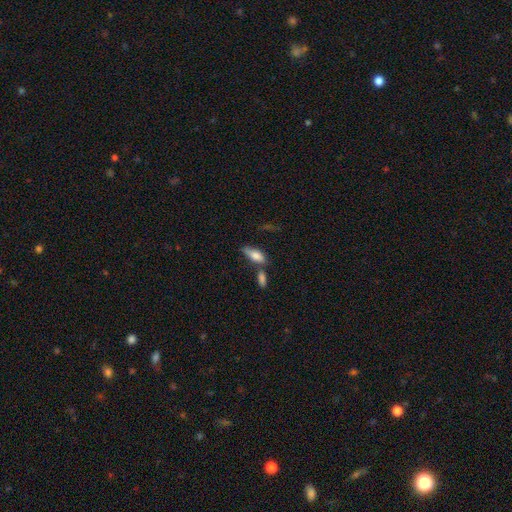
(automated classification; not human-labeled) Overall: smooth (75%). How rounded: in between (77%). Merging: none (46%; merger 26%).